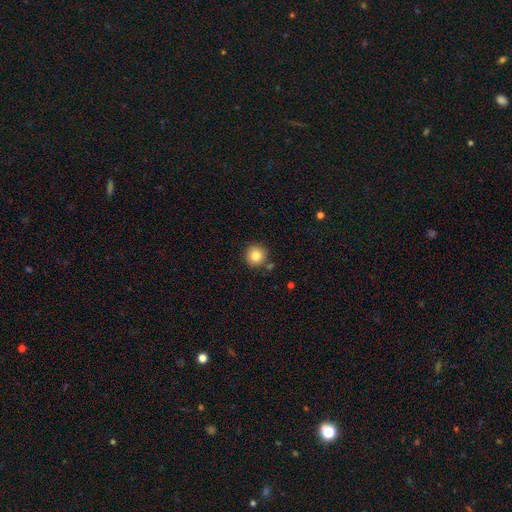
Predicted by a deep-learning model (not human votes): Morphology: type=smooth (84%); roundness=round (93%); merging=none (83%).